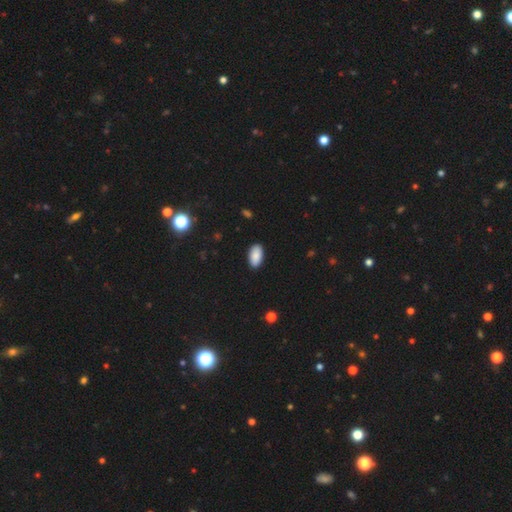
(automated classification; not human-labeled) Smooth or featured? smooth (89%)
How rounded? in between (95%)
Merging? none (89%)